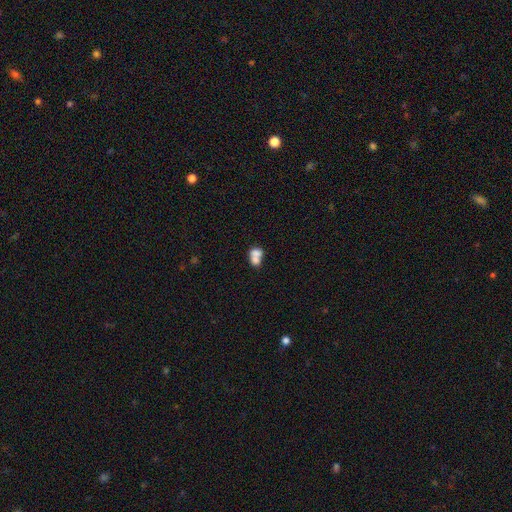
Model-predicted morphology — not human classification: Smooth or featured: smooth — 69% (featured or disk — 21%)
How rounded: in between — 59% (round — 40%)
Merging: merger — 70% (none — 19%)